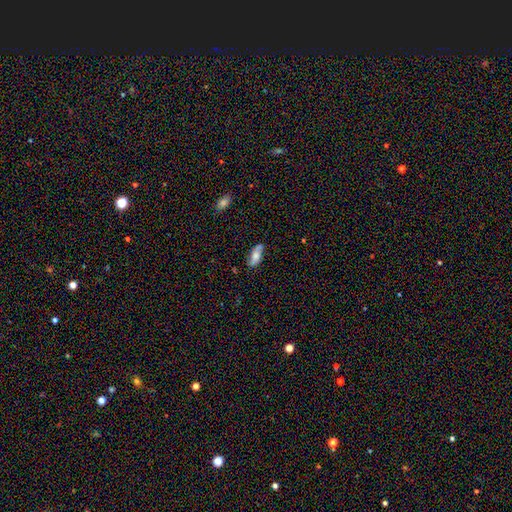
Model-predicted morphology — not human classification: Smooth or featured? smooth (60%)
How rounded? in between (83%)
Merging? none (69%)